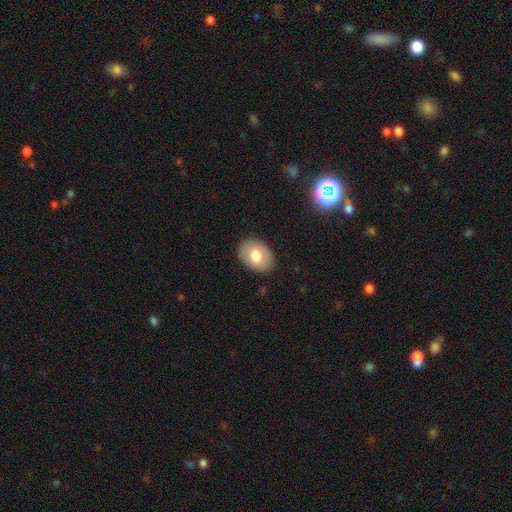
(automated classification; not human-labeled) Overall: smooth (72%). How rounded: in between (76%). Merging: none (85%).